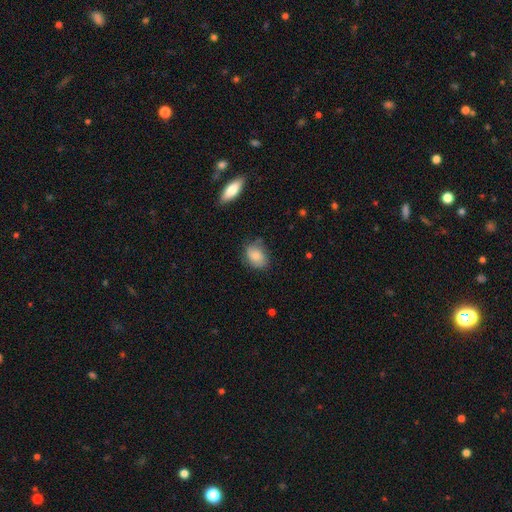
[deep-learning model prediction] Smooth or featured? Predicted: smooth (p=0.78). How rounded? Predicted: in between (p=0.74). Merging? Predicted: none (p=0.64).